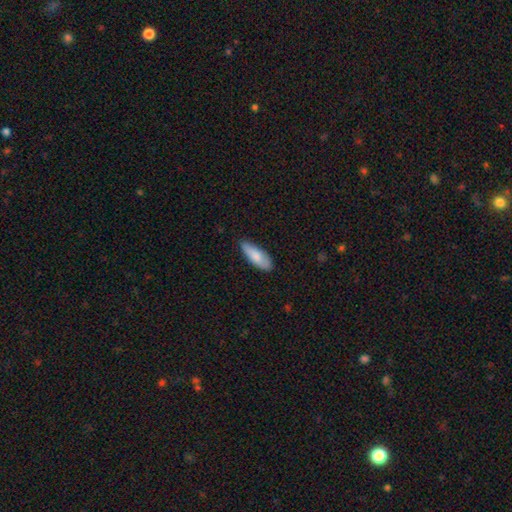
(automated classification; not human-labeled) This is clearly a smooth galaxy (81%). How rounded: likely in between (64%). Merging: likely none (77%).